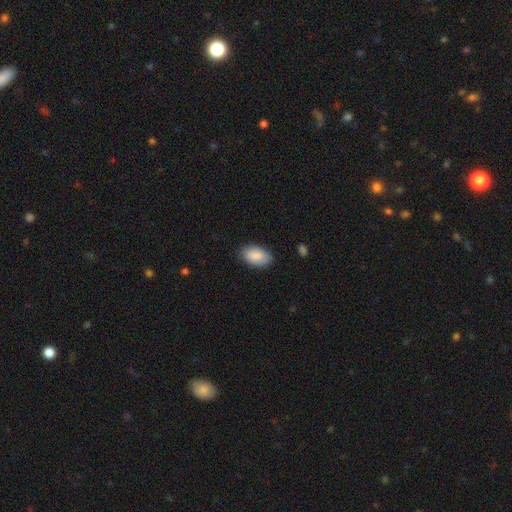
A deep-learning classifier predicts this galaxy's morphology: Overall: smooth (87%). How rounded: in between (94%). Merging: none (84%).